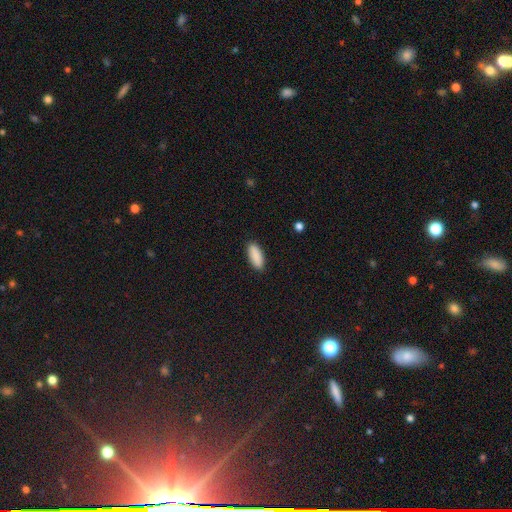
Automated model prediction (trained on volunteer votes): The model was most divided on "how rounded": in between: 76%, cigar-shaped: 22%, round: 2%. More confident: merging — none (90%); smooth or featured — smooth (90%).